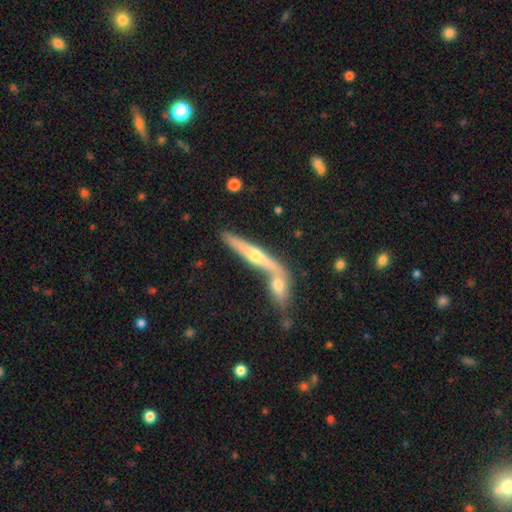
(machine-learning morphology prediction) Smooth or featured?
  - featured or disk: 57% *
  - smooth: 37%
  - star or artifact: 6%
Edge-on disk?
  - yes: 92% *
  - no: 8%
Edge-on bulge?
  - rounded: 88% *
  - none: 9%
  - boxy: 3%
Merging?
  - none: 51% *
  - merger: 38%
  - minor disturbance: 8%
  - major disturbance: 3%